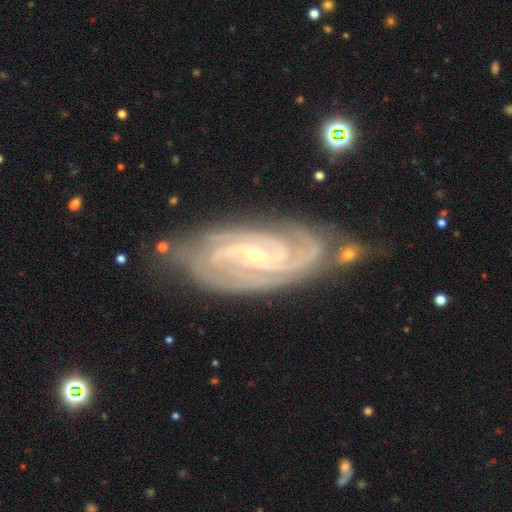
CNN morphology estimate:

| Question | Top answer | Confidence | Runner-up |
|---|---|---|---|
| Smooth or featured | featured or disk | 91% | star or artifact (5%) |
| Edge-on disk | no | 95% | yes (5%) |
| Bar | no | 40% | tied: weak (40%) |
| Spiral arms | yes | 98% | no (2%) |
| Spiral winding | tight | 67% | medium (29%) |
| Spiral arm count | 2 | 38% | 3 (26%) |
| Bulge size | small | 78% | moderate (19%) |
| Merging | none | 72% | minor disturbance (19%) |